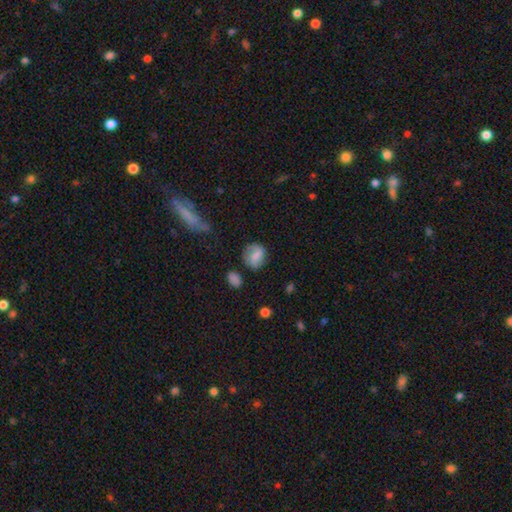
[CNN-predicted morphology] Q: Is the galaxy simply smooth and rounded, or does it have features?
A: smooth — 66%.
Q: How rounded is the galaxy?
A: round — 63%.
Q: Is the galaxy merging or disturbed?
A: none — 62%.